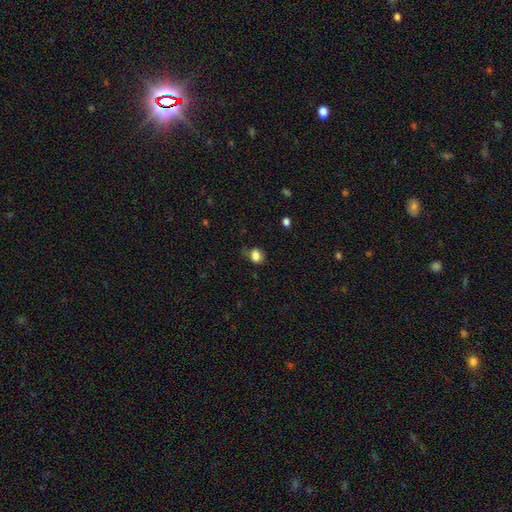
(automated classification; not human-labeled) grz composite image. It shows a smooth galaxy with no disk features (83%) that is in between round and cigar-shaped (53%). Merging: none (61%).